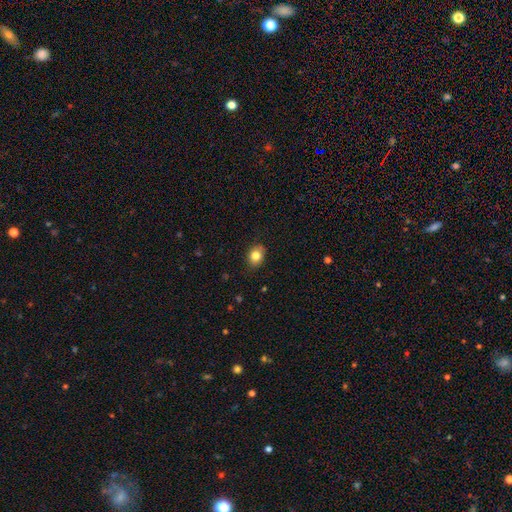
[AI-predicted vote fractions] This appears to be a smooth galaxy with no disk features (83%) that is in between round and cigar-shaped (60%). Merging: none (85%).